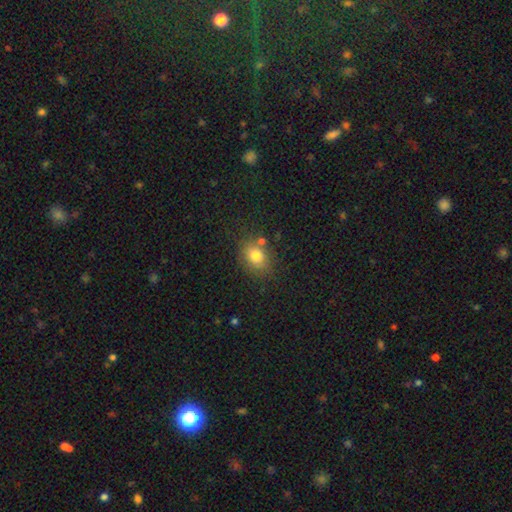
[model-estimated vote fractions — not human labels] smooth_or_featured: smooth (p=0.79) [alt: star or artifact p=0.12]
how_rounded: in between (p=0.53) [alt: round p=0.46]
merging: none (p=0.73) [alt: minor disturbance p=0.15]